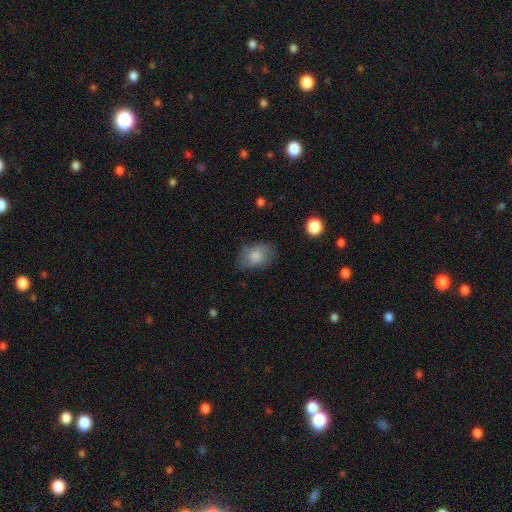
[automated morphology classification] Smooth or featured: smooth — 79% (featured or disk — 13%)
How rounded: in between — 81% (round — 18%)
Merging: none — 66% (minor disturbance — 24%)